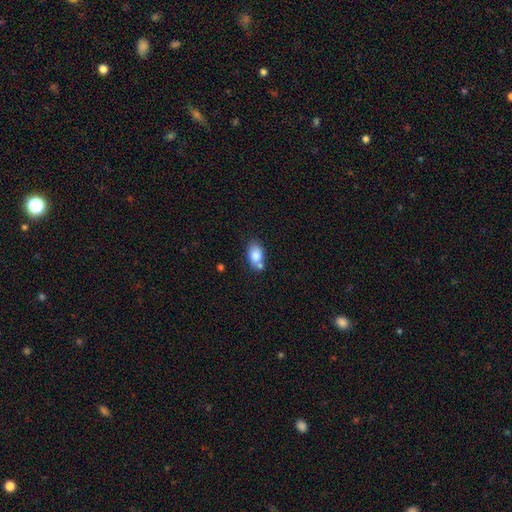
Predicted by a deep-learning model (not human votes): The model was most divided on "merging": none: 58%, merger: 22%, minor disturbance: 16%, major disturbance: 4%. More confident: how rounded — in between (84%); smooth or featured — smooth (82%).